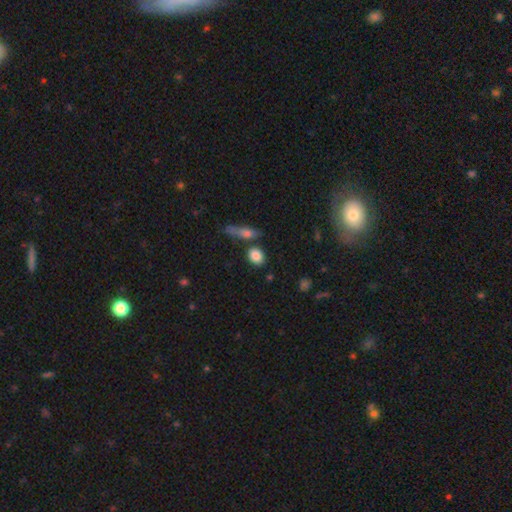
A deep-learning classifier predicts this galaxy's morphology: A smooth galaxy with no disk features (85%) that is in between round and cigar-shaped (49%).

Vote fractions:
- Smooth or featured? smooth: 85% / star or artifact: 8% / featured or disk: 7%
- How rounded? in between: 49% / round: 47% / cigar-shaped: 4%
- Merging? none: 74% / minor disturbance: 11% / merger: 10% / major disturbance: 4%